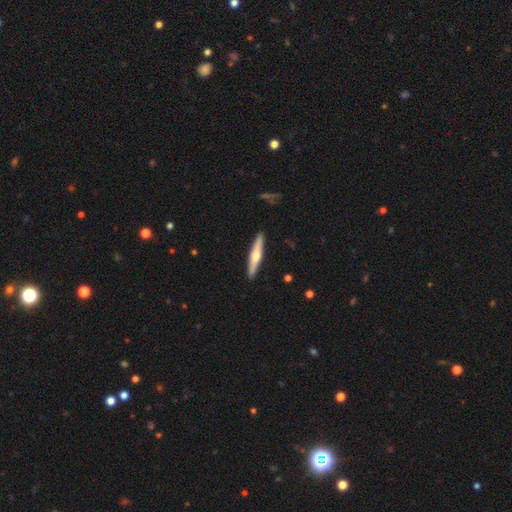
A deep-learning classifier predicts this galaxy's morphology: This appears to be a featured or disk galaxy (57%) viewed edge-on (96%) with a rounded central bulge (92%). Merging: none (92%).